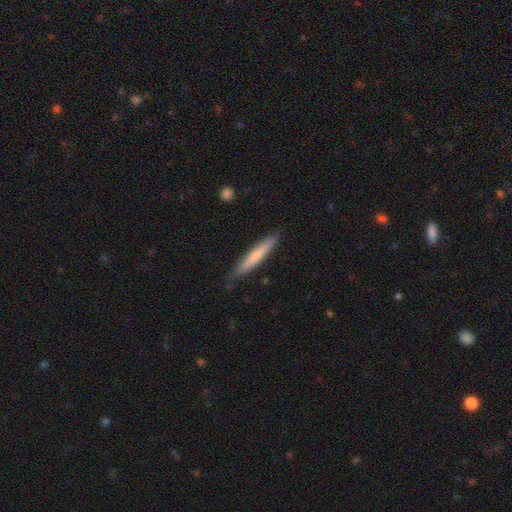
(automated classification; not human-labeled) Q: Smooth or featured?
A: smooth (68%); runner-up: featured or disk (27%)
Q: How rounded?
A: cigar-shaped (93%); runner-up: in between (6%)
Q: Merging?
A: none (82%); runner-up: minor disturbance (14%)